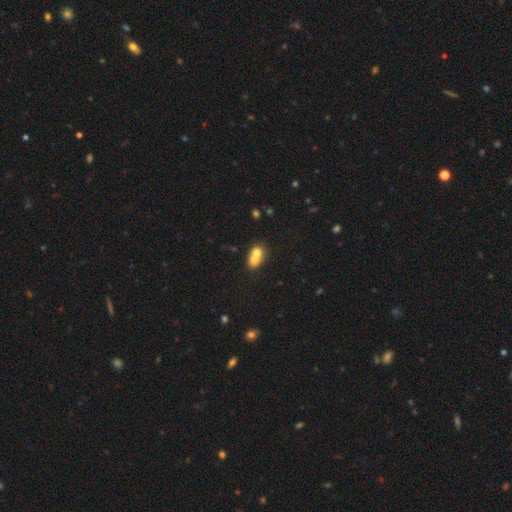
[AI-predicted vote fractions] Overall: smooth (70%). How rounded: in between (70%). Merging: merger (59%; none 27%).